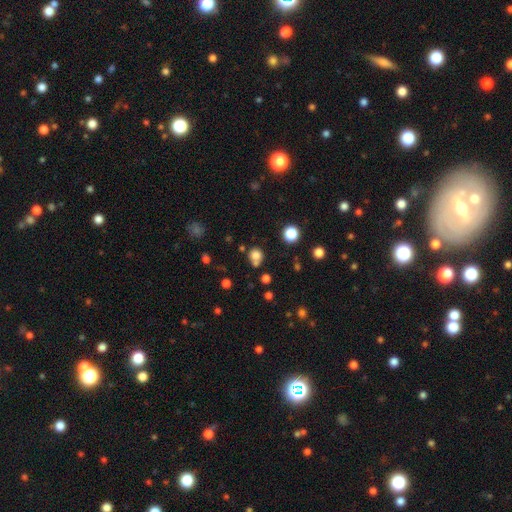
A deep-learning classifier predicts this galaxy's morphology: This is likely a smooth galaxy (78%). How rounded: clearly round (87%). Merging: likely none (62%).